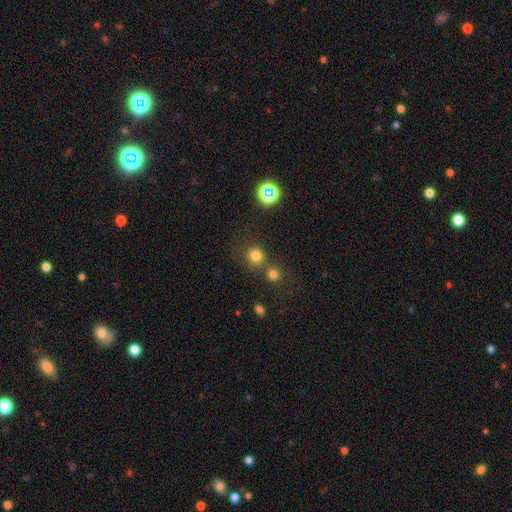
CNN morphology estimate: smooth 76%, star or artifact 18%, featured or disk 6%. Down the decision tree: how rounded — round (89%); merging — none (66%).